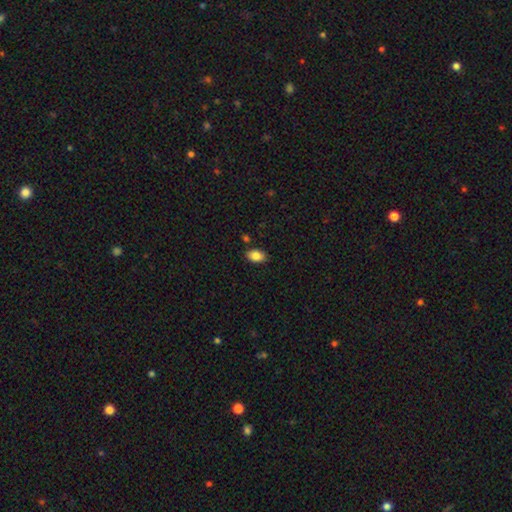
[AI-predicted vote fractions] A smooth galaxy with no disk features (85%) that is in between round and cigar-shaped (89%).

Vote fractions:
- Smooth or featured? smooth: 85% / star or artifact: 8% / featured or disk: 7%
- How rounded? in between: 89% / round: 10% / cigar-shaped: 1%
- Merging? none: 84% / minor disturbance: 11% / merger: 3% / major disturbance: 2%